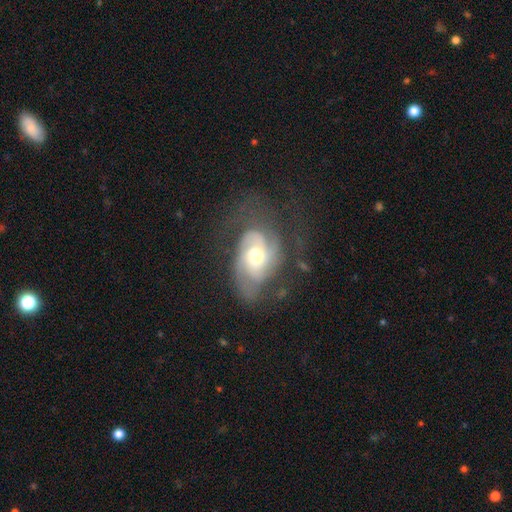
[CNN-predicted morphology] featured or disk 78%, smooth 16%, star or artifact 6%. Down the decision tree: edge-on disk — no (96%); bar — no (68%); spiral arms — yes (92%); spiral arm count — 2 (35%); spiral winding — tight (42%); bulge size — moderate (68%); merging — none (49%).